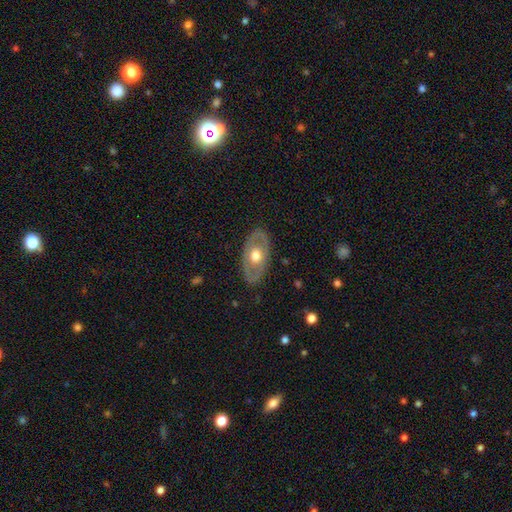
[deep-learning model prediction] This appears to be a featured or disk galaxy (53%). Merging: none (84%).